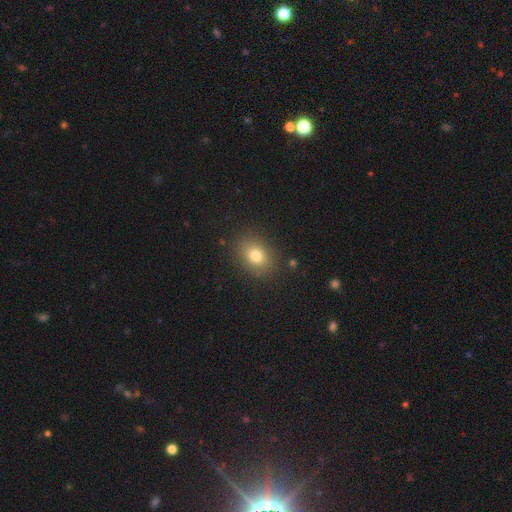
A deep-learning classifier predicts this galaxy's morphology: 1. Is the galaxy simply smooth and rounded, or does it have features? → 78% smooth, 12% star or artifact, 10% featured or disk.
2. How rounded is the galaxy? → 61% in between, 38% round, 1% cigar-shaped.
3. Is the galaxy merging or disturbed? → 86% none, 10% minor disturbance, 3% major disturbance, 1% merger.